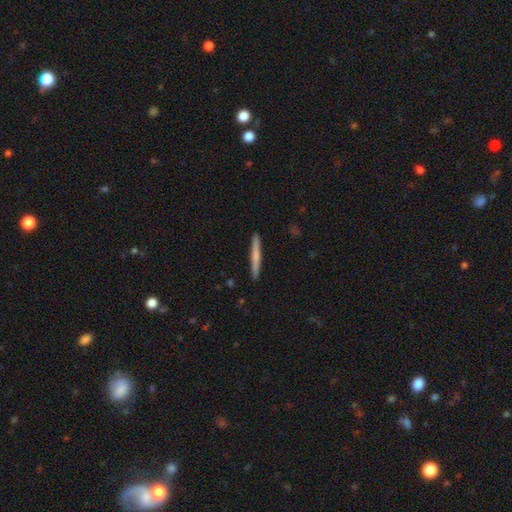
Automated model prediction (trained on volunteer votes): smooth_or_featured: smooth (p=0.61) [alt: featured or disk p=0.34]
how_rounded: cigar-shaped (p=0.96) [alt: in between p=0.02]
merging: none (p=0.92) [alt: minor disturbance p=0.06]